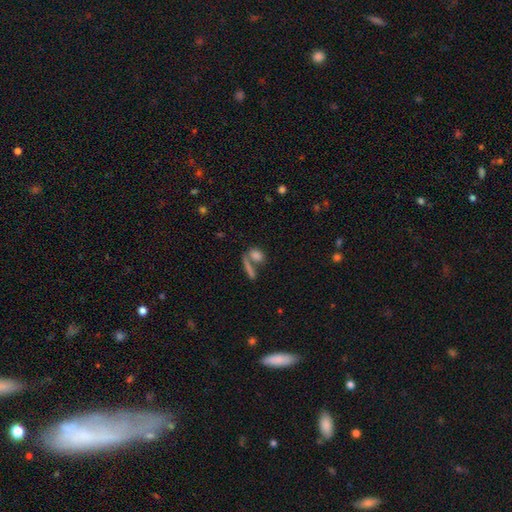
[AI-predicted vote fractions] smooth 79%, featured or disk 11%, star or artifact 10%. Down the decision tree: how rounded — in between (57%); merging — none (51%).